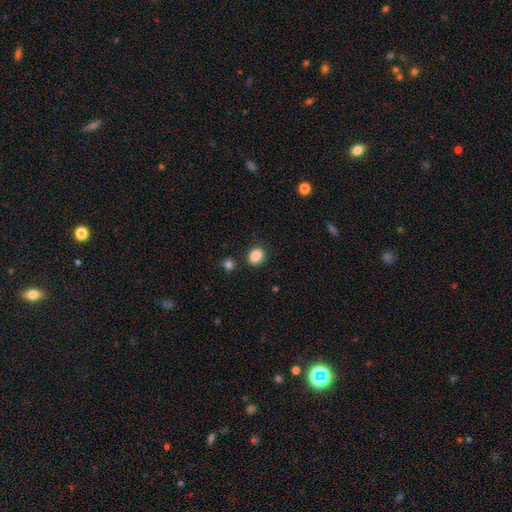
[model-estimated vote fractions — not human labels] smooth-or-featured: smooth: 87% | star or artifact: 10% | featured or disk: 3%
  how-rounded: round: 52% | in between: 48% | cigar-shaped: 1%
  merging: none: 83% | minor disturbance: 10% | merger: 4% | major disturbance: 3%